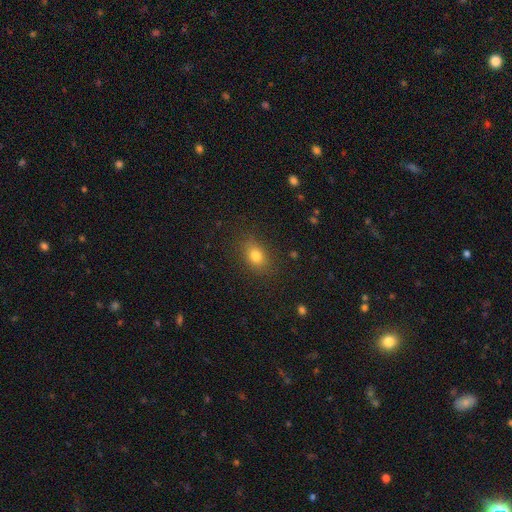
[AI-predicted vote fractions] This appears to be a smooth galaxy with no disk features (79%) that is in between round and cigar-shaped (72%). Merging: none (83%).